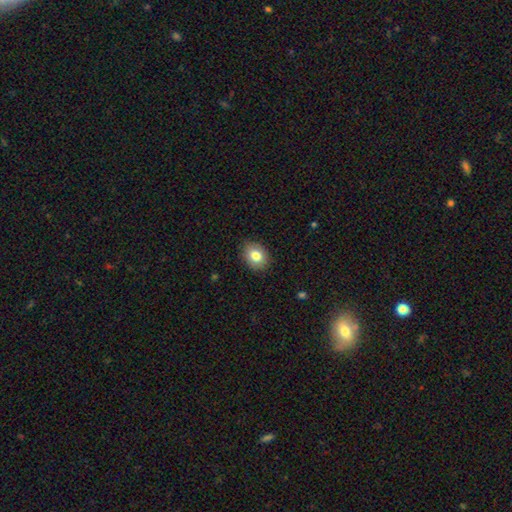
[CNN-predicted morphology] smooth_or_featured: smooth (p=0.81) [alt: featured or disk p=0.10]
how_rounded: in between (p=0.56) [alt: round p=0.43]
merging: none (p=0.87) [alt: minor disturbance p=0.09]